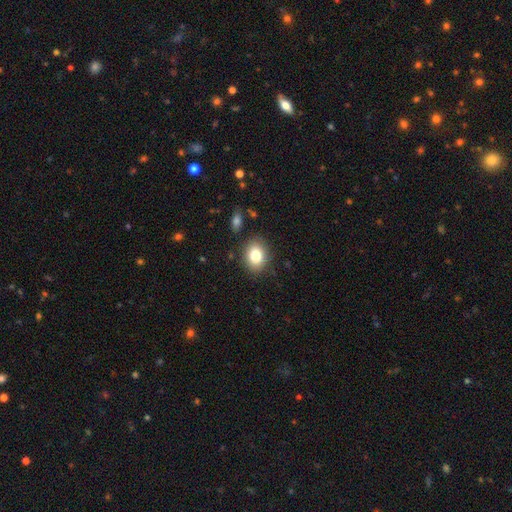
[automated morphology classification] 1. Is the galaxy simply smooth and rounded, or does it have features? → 80% smooth, 10% featured or disk, 10% star or artifact.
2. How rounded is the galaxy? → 54% in between, 45% round, 1% cigar-shaped.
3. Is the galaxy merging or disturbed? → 85% none, 10% minor disturbance, 3% major disturbance, 2% merger.